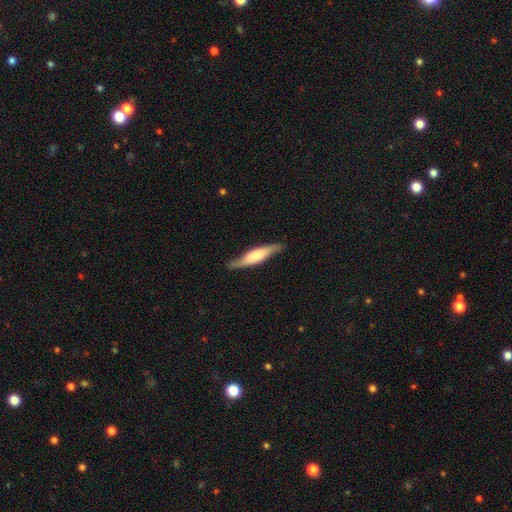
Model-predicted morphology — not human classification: A featured or disk galaxy (58%) viewed edge-on (72%). Merging: none (79%).